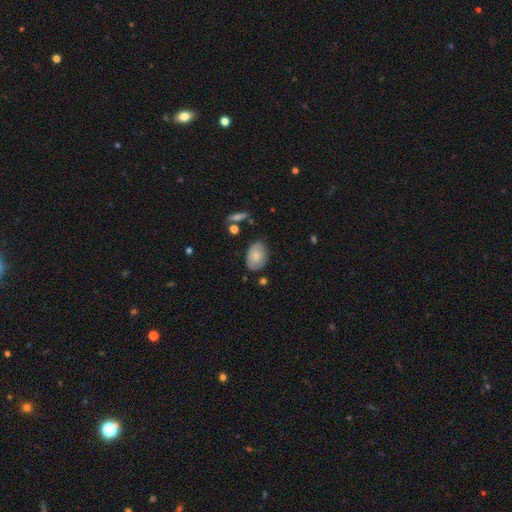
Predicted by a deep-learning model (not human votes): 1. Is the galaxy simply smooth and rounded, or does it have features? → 77% smooth, 17% featured or disk, 7% star or artifact.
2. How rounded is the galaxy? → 85% in between, 14% round, 1% cigar-shaped.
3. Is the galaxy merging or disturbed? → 74% none, 19% minor disturbance, 4% major disturbance, 3% merger.